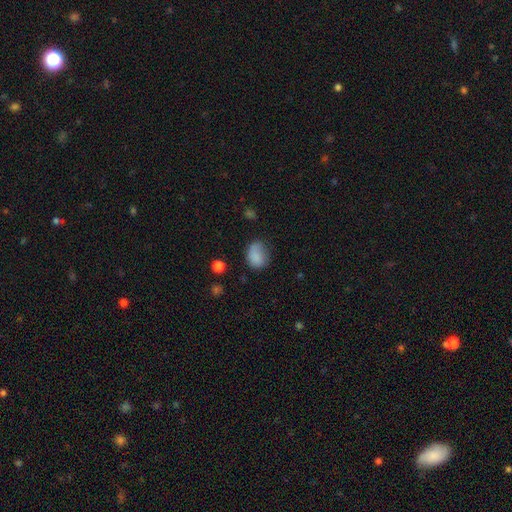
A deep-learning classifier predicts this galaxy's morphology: Overall: smooth (82%). How rounded: in between (56%; round 43%). Merging: none (52%; minor disturbance 32%).